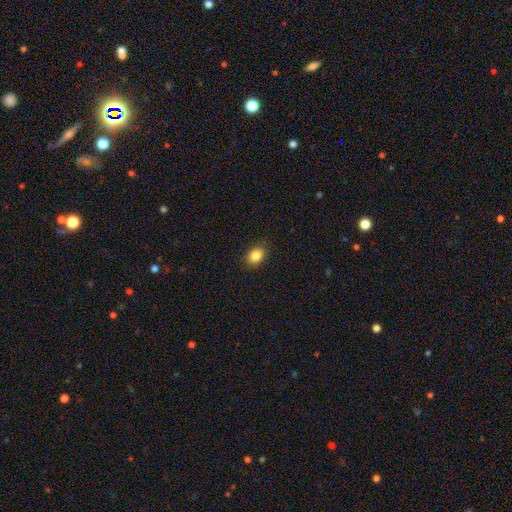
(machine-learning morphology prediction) A smooth galaxy with no disk features (85%) that is in between round and cigar-shaped (72%).

Vote fractions:
- Smooth or featured? smooth: 85% / star or artifact: 9% / featured or disk: 5%
- How rounded? in between: 72% / round: 27% / cigar-shaped: 1%
- Merging? none: 89% / minor disturbance: 8% / major disturbance: 2% / merger: 1%